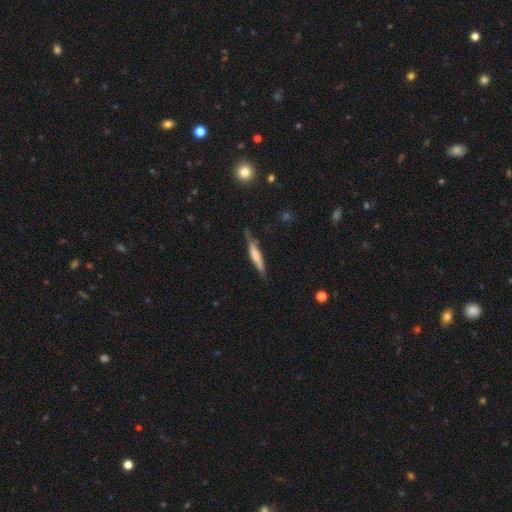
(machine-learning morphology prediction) Q: Smooth or featured?
A: smooth (55%); runner-up: featured or disk (39%)
Q: How rounded?
A: cigar-shaped (90%); runner-up: in between (8%)
Q: Merging?
A: none (71%); runner-up: minor disturbance (22%)